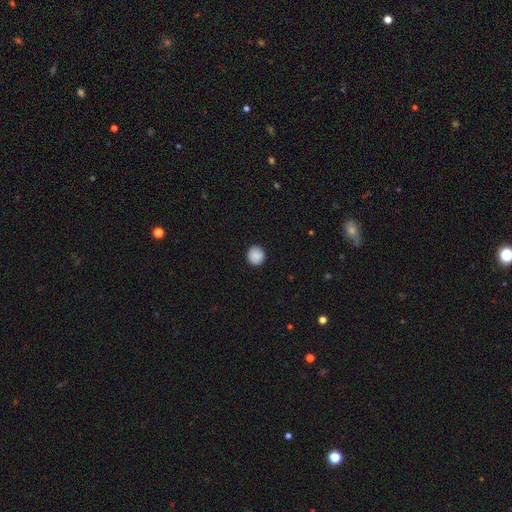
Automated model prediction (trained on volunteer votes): smooth 88%, star or artifact 8%, featured or disk 4%. Down the decision tree: how rounded — round (92%); merging — none (90%).